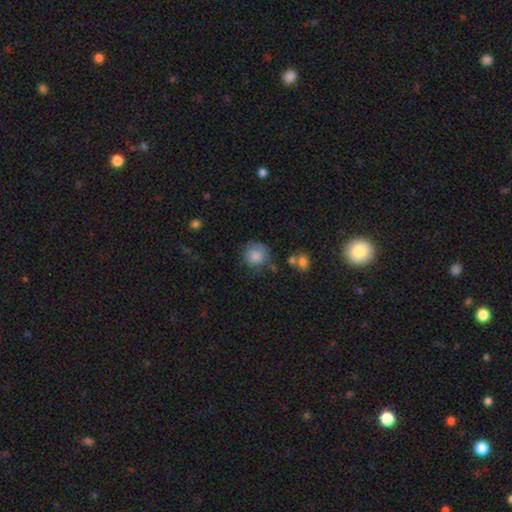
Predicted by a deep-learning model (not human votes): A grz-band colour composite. It shows a smooth galaxy with no disk features (84%) that is round (90%). Merging: none (66%).